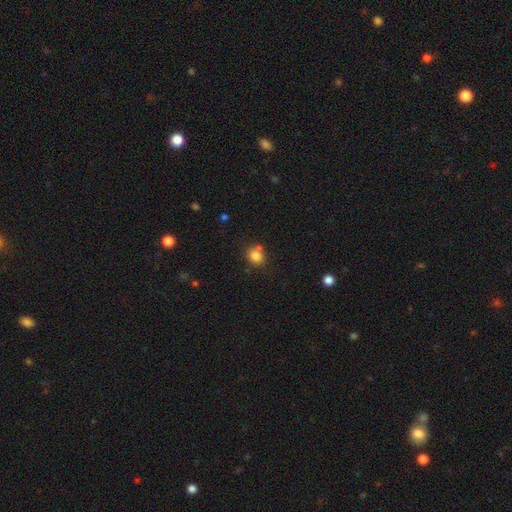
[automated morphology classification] smooth_or_featured: smooth (p=0.82) [alt: star or artifact p=0.11]
how_rounded: round (p=0.71) [alt: in between p=0.28]
merging: none (p=0.66) [alt: merger p=0.16]